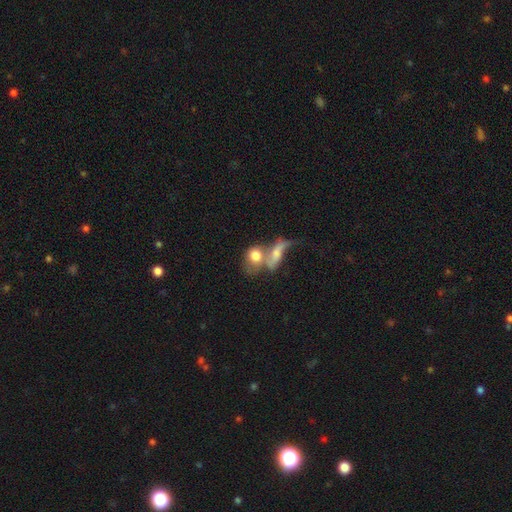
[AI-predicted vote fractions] A smooth galaxy with no disk features (67%) that is in between round and cigar-shaped (53%).

Vote fractions:
- Smooth or featured? smooth: 67% / featured or disk: 25% / star or artifact: 9%
- How rounded? in between: 53% / round: 43% / cigar-shaped: 4%
- Merging? merger: 64% / none: 17% / major disturbance: 11% / minor disturbance: 8%